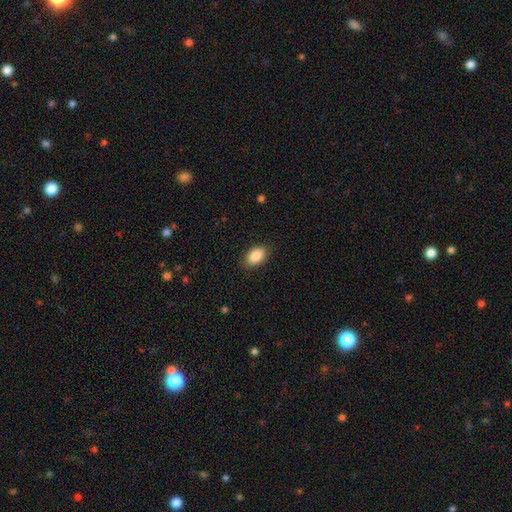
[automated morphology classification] Smooth or featured: smooth — 89% (star or artifact — 7%)
How rounded: in between — 90% (round — 8%)
Merging: none — 85% (minor disturbance — 11%)